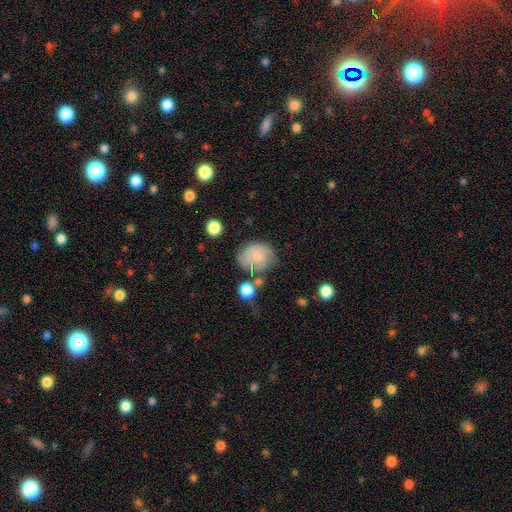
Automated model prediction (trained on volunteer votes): Smooth or featured? Predicted: smooth (p=0.66). How rounded? Predicted: round (p=0.53). Merging? Predicted: none (p=0.52).